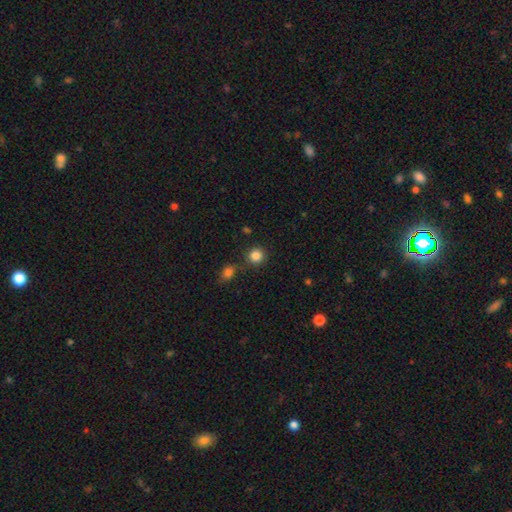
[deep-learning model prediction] Q: Smooth or featured?
A: smooth (84%); runner-up: star or artifact (11%)
Q: How rounded?
A: round (91%); runner-up: in between (8%)
Q: Merging?
A: none (81%); runner-up: minor disturbance (8%)